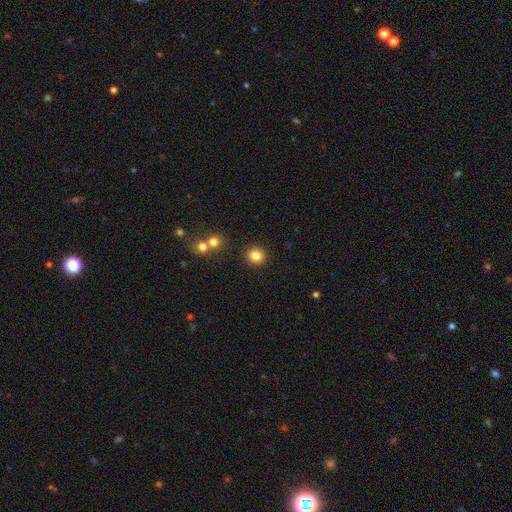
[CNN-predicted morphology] type=smooth (83%); roundness=round (91%); merging=none (89%).